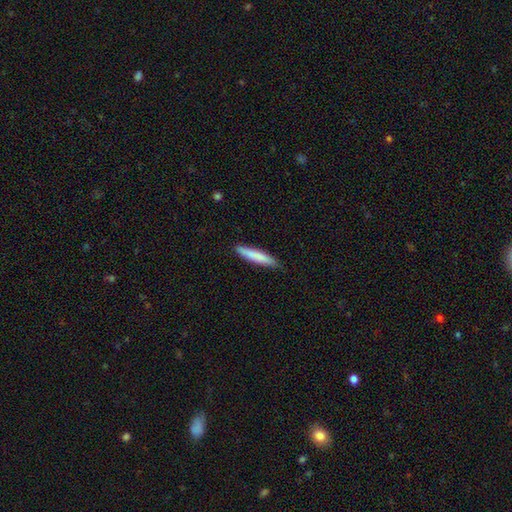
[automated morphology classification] A smooth galaxy with no disk features (81%) that is cigar-shaped (91%).

Vote fractions:
- Smooth or featured? smooth: 81% / featured or disk: 14% / star or artifact: 5%
- How rounded? cigar-shaped: 91% / in between: 7% / round: 1%
- Merging? none: 86% / minor disturbance: 11% / major disturbance: 2% / merger: 1%